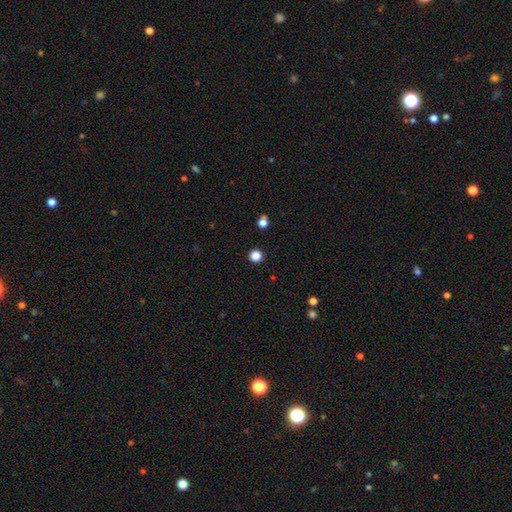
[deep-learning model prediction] Smooth or featured? Predicted: smooth (p=0.84). How rounded? Predicted: round (p=0.95). Merging? Predicted: none (p=0.93).